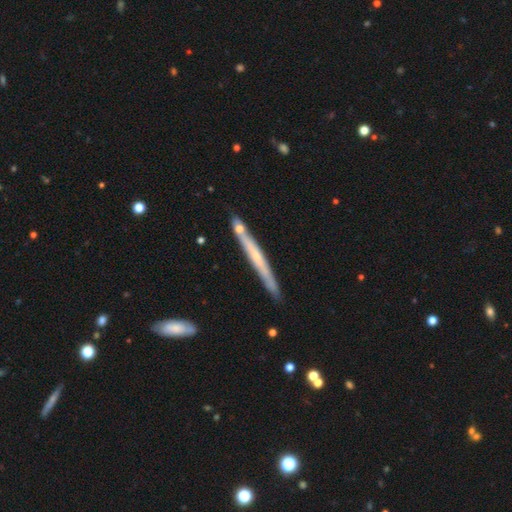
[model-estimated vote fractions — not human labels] Smooth or featured? Predicted: featured or disk (p=0.56). Edge-on disk? Predicted: yes (p=0.94). Edge-on bulge? Predicted: none (p=0.69). Merging? Predicted: none (p=0.79).